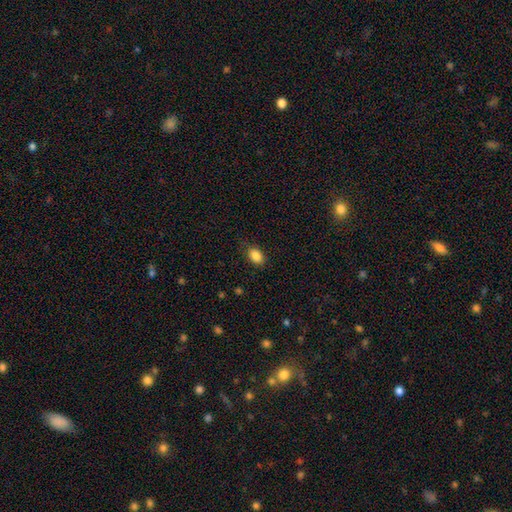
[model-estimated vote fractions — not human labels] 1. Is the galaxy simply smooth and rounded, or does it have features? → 87% smooth, 9% star or artifact, 4% featured or disk.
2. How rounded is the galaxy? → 81% in between, 18% round, 1% cigar-shaped.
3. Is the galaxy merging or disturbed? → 79% none, 16% minor disturbance, 4% major disturbance, 1% merger.